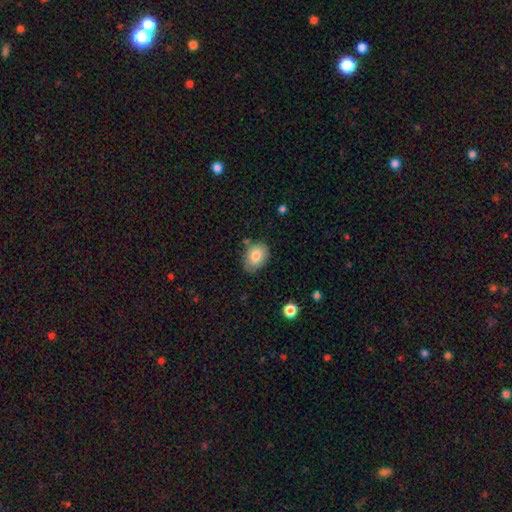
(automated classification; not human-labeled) Smooth or featured: smooth — 82% (featured or disk — 11%)
How rounded: in between — 74% (round — 25%)
Merging: none — 74% (minor disturbance — 19%)